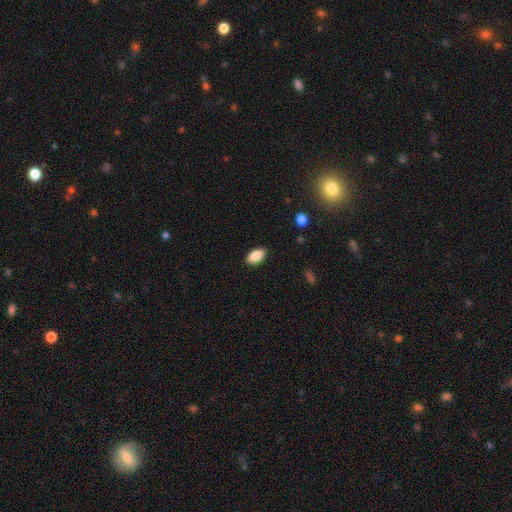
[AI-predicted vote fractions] A smooth galaxy with no disk features (87%) that is in between round and cigar-shaped (93%). Merging: none (87%).